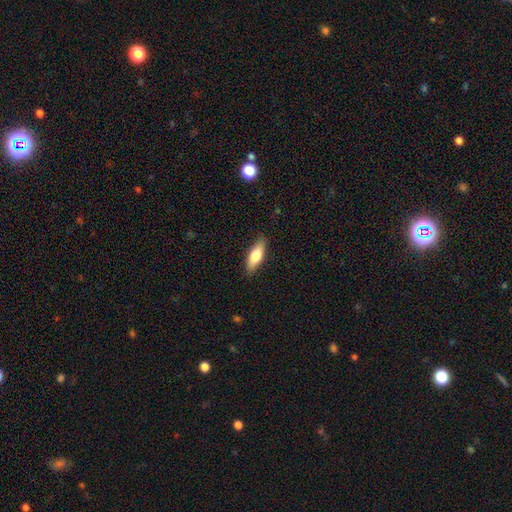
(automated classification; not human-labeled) This is likely a smooth galaxy (73%). How rounded: likely in between (61%). Merging: clearly none (86%).